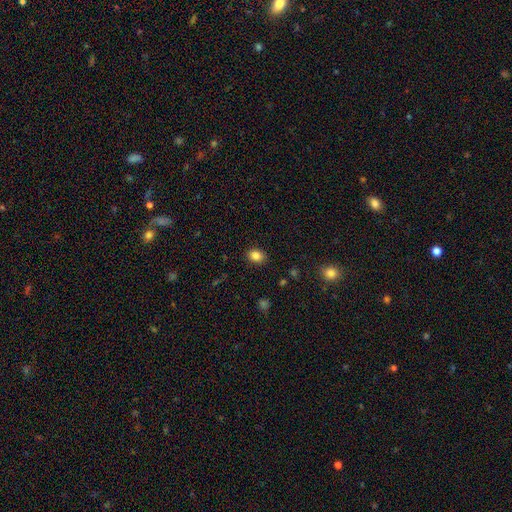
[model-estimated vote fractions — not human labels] smooth_or_featured: smooth (p=0.84) [alt: star or artifact p=0.10]
how_rounded: in between (p=0.59) [alt: round p=0.40]
merging: none (p=0.88) [alt: minor disturbance p=0.09]